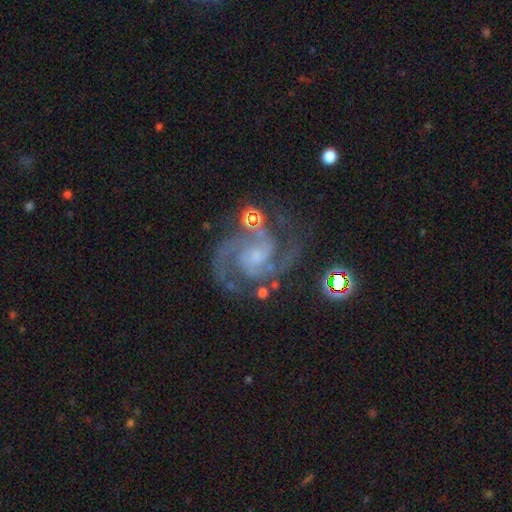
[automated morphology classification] Smooth or featured? Predicted: featured or disk (p=0.91). Edge-on disk? Predicted: no (p=0.98). Bar? Predicted: no (p=0.54). Spiral arms? Predicted: yes (p=0.98). Spiral winding? Predicted: medium (p=0.54). Spiral arm count? Predicted: 2 (p=0.85). Bulge size? Predicted: small (p=0.50). Merging? Predicted: none (p=0.72).